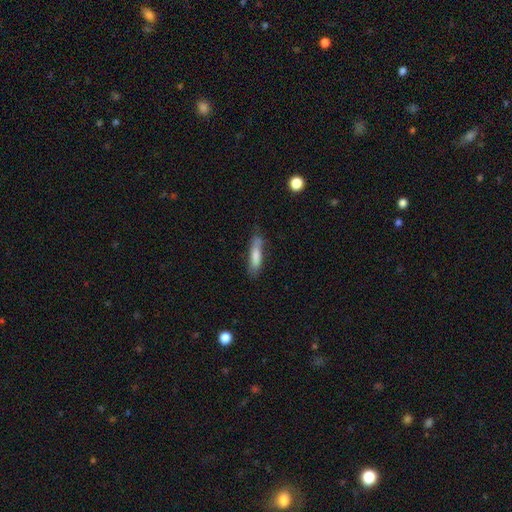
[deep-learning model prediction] Smooth or featured: smooth — 72% (featured or disk — 21%)
How rounded: cigar-shaped — 77% (in between — 22%)
Merging: none — 68% (minor disturbance — 23%)